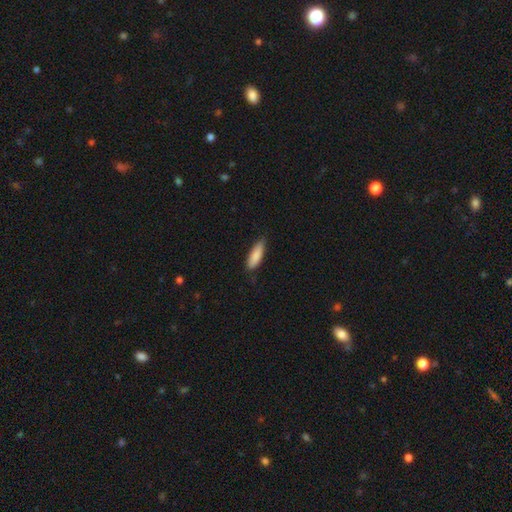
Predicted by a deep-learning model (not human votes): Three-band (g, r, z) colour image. It shows a smooth galaxy with no disk features (86%) that is in between round and cigar-shaped (50%). Merging: none (78%).